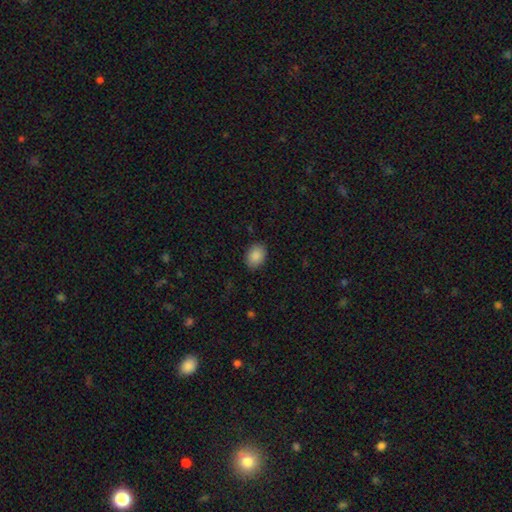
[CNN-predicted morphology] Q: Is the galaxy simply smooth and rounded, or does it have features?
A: smooth — 88%.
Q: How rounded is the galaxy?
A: in between — 69%.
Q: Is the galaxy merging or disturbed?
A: none — 87%.